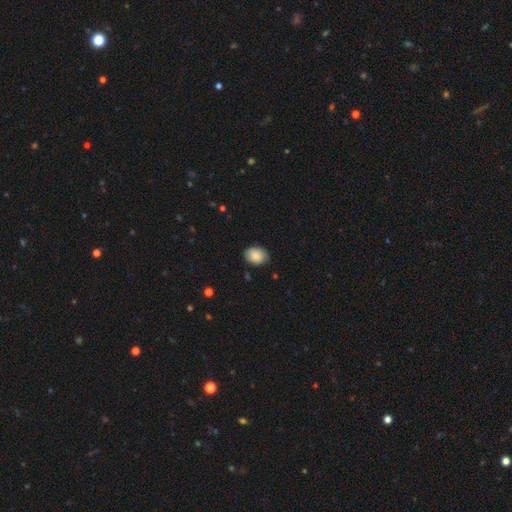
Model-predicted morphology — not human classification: smooth-or-featured: smooth: 80% | featured or disk: 13% | star or artifact: 7%
  how-rounded: in between: 68% | round: 31% | cigar-shaped: 1%
  merging: none: 79% | minor disturbance: 17% | major disturbance: 3% | merger: 1%